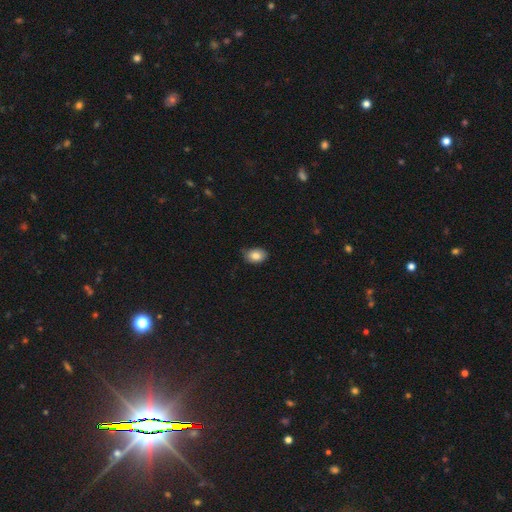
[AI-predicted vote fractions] The model was most divided on "merging": none: 74%, minor disturbance: 22%, major disturbance: 3%, merger: 1%. More confident: smooth or featured — smooth (83%); how rounded — in between (77%).